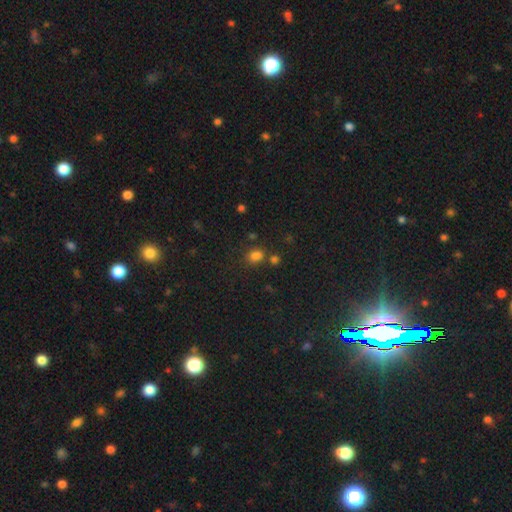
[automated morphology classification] Smooth or featured? Predicted: smooth (p=0.74). How rounded? Predicted: in between (p=0.60). Merging? Predicted: none (p=0.61).